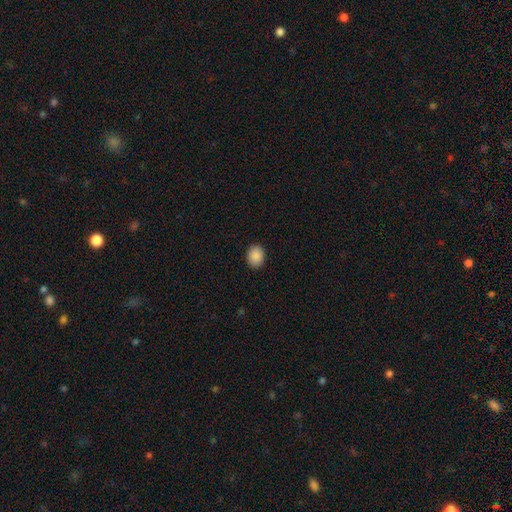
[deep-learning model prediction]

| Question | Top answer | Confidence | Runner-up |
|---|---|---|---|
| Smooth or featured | smooth | 89% | star or artifact (8%) |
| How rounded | in between | 51% | round (48%) |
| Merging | none | 90% | minor disturbance (7%) |